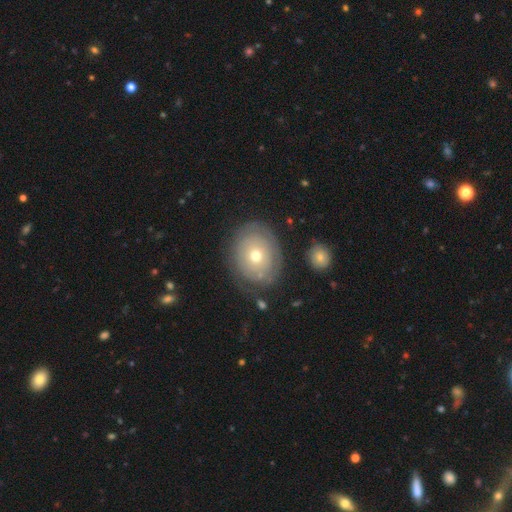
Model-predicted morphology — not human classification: Smooth or featured: featured or disk — 49% (smooth — 42%)
Merging: none — 76% (minor disturbance — 16%)